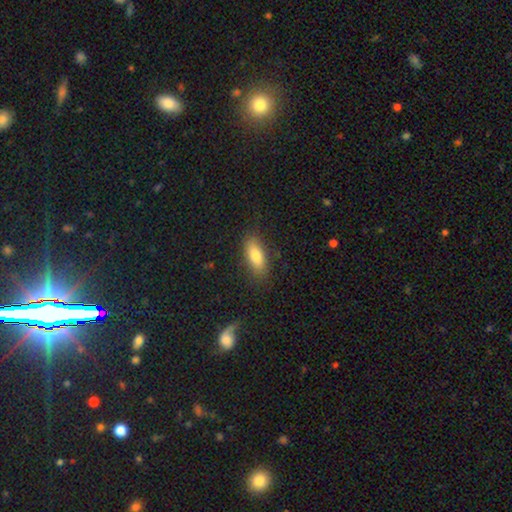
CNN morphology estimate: smooth-or-featured: smooth: 78% | featured or disk: 14% | star or artifact: 7%
  how-rounded: in between: 79% | cigar-shaped: 18% | round: 3%
  merging: none: 82% | minor disturbance: 13% | major disturbance: 3% | merger: 2%